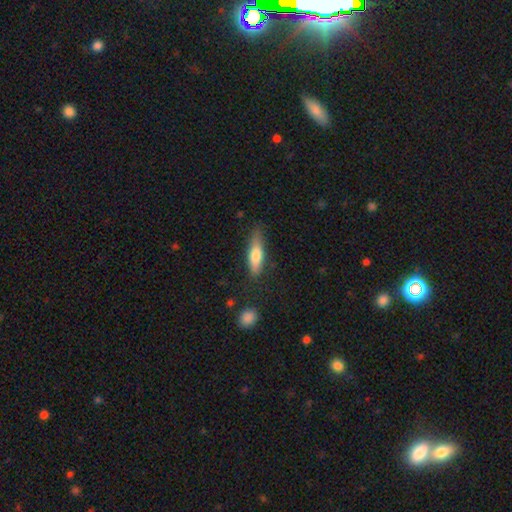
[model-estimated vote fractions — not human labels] Smooth or featured: smooth — 71% (featured or disk — 24%)
How rounded: cigar-shaped — 62% (in between — 36%)
Merging: none — 71% (minor disturbance — 21%)